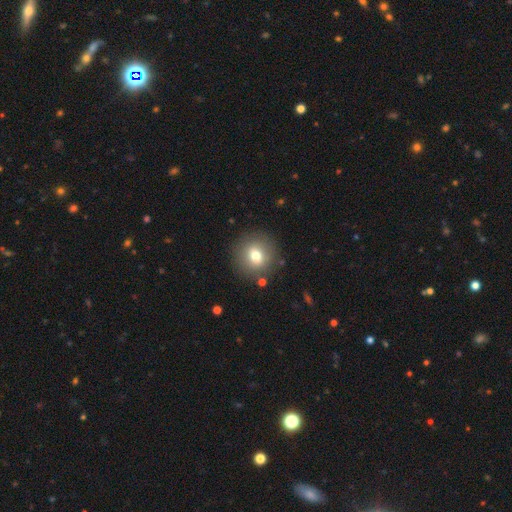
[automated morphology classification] smooth_or_featured: smooth (p=0.72) [alt: featured or disk p=0.17]
how_rounded: round (p=0.92) [alt: in between p=0.07]
merging: none (p=0.86) [alt: minor disturbance p=0.08]